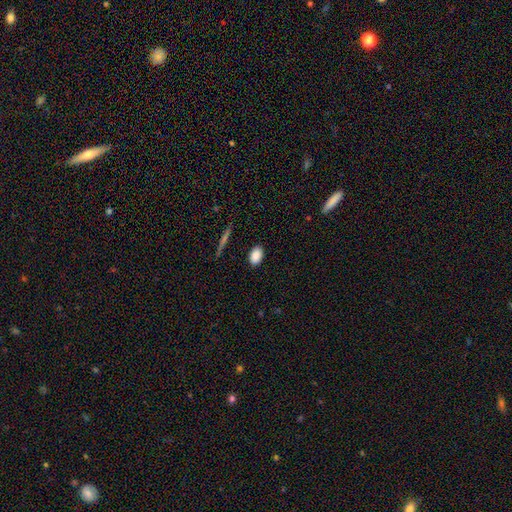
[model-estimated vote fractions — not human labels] The model was most divided on "merging": none: 88%, minor disturbance: 9%, major disturbance: 2%, merger: 1%. More confident: how rounded — in between (89%); smooth or featured — smooth (88%).